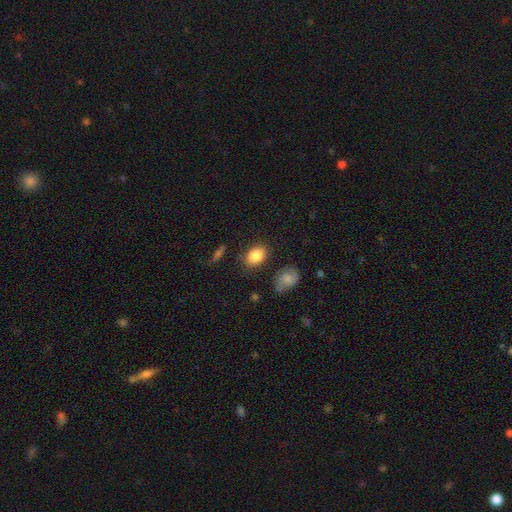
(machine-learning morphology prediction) A smooth galaxy with no disk features (85%) that is in between round and cigar-shaped (76%).

Vote fractions:
- Smooth or featured? smooth: 85% / star or artifact: 8% / featured or disk: 7%
- How rounded? in between: 76% / round: 23% / cigar-shaped: 1%
- Merging? none: 82% / minor disturbance: 12% / major disturbance: 3% / merger: 3%